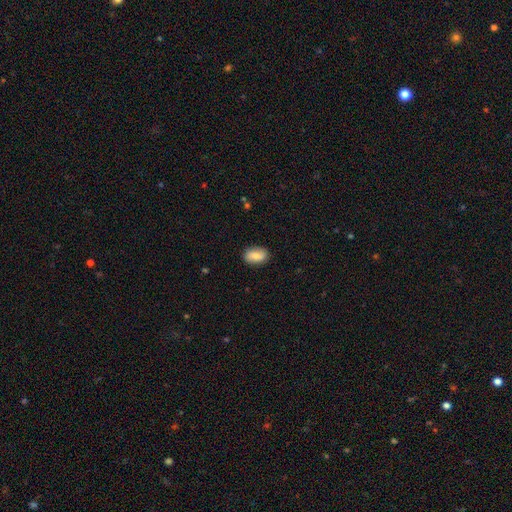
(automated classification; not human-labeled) Smooth or featured? smooth (80%)
How rounded? in between (88%)
Merging? none (85%)